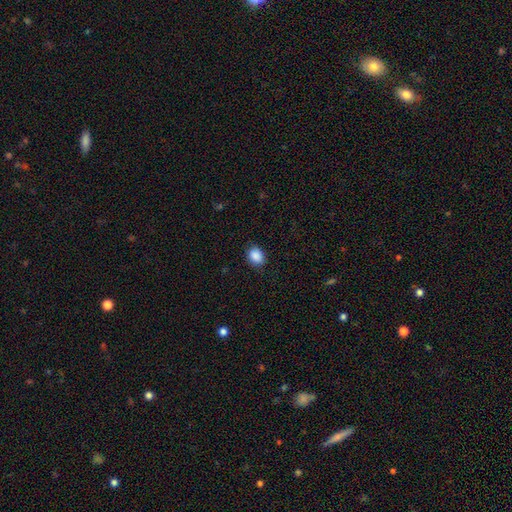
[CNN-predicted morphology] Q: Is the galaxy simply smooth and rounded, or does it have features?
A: smooth — 89%.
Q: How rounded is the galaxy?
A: in between — 57%.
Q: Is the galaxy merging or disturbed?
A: none — 85%.